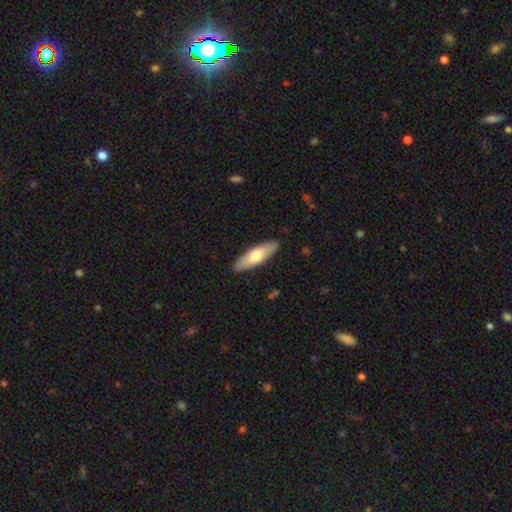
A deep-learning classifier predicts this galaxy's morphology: smooth_or_featured: smooth (p=0.64) [alt: featured or disk p=0.31]
how_rounded: cigar-shaped (p=0.54) [alt: in between p=0.44]
merging: none (p=0.89) [alt: minor disturbance p=0.09]